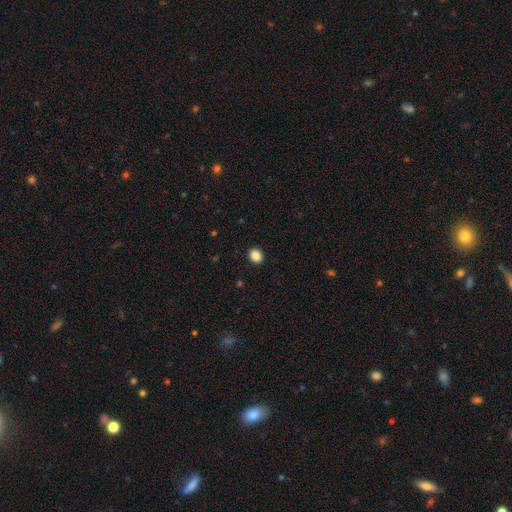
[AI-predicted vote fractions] Smooth or featured? smooth (87%)
How rounded? round (63%)
Merging? none (91%)